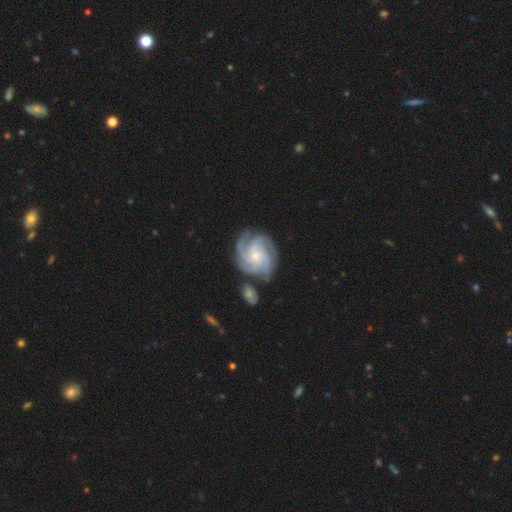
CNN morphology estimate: type=featured or disk (88%); edge-on=no (98%); bar=no (71%); spiral arms=yes (98%); winding=tight (64%); arm count=4 (45%); bulge=small (67%); merging=none (72%).